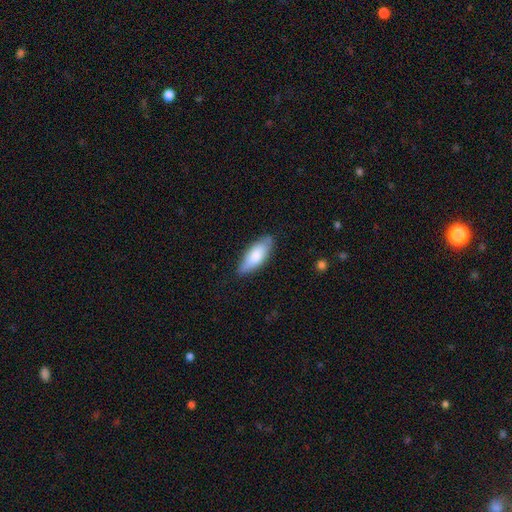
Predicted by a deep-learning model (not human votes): Smooth or featured? smooth (77%)
How rounded? in between (74%)
Merging? none (79%)